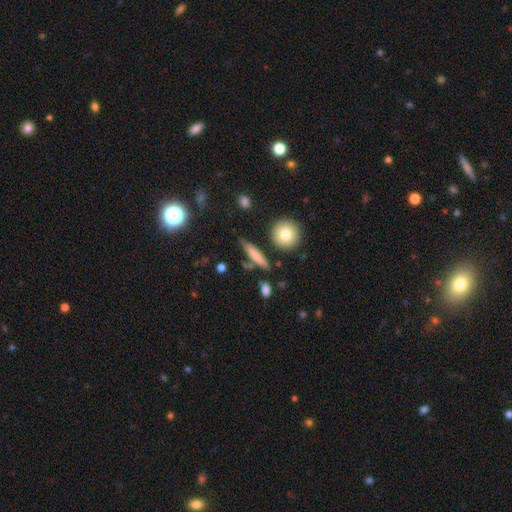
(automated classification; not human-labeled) Smooth or featured: smooth — 71% (featured or disk — 22%)
How rounded: cigar-shaped — 79% (in between — 16%)
Merging: none — 76% (minor disturbance — 15%)